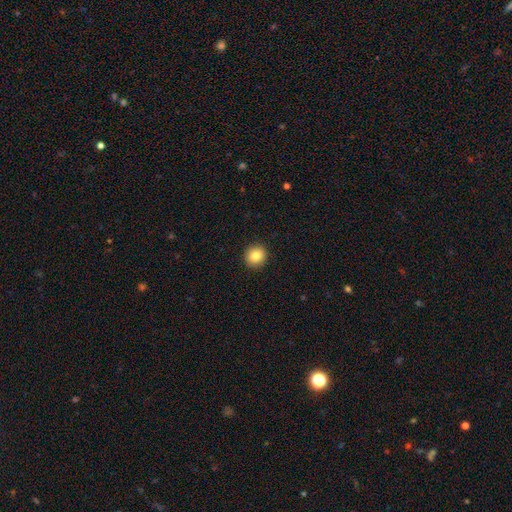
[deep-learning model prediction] This appears to be a smooth galaxy with no disk features (84%) that is round (90%). Merging: none (92%).